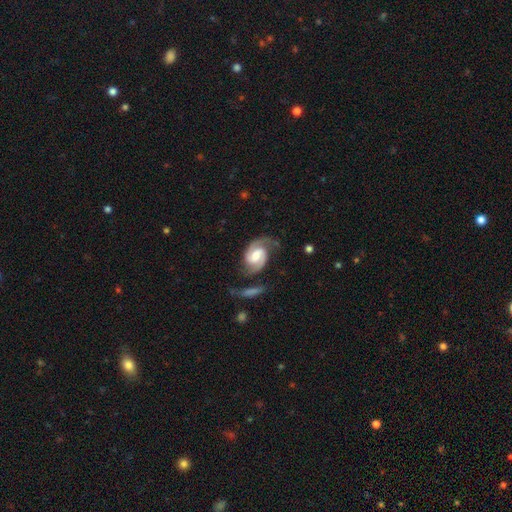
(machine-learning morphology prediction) type=featured or disk (89%); edge-on=no (98%); bar=weak (49%); spiral arms=yes (98%); winding=medium (54%); arm count=2 (91%); bulge=moderate (60%); merging=none (67%).